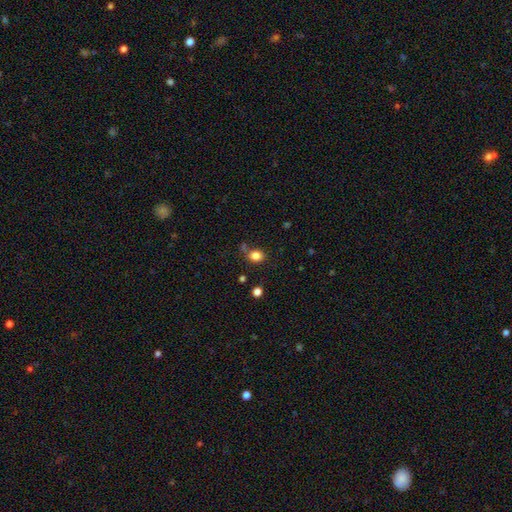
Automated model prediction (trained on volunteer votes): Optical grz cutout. It shows a smooth galaxy with no disk features (83%) that is round (59%). Merging: none (71%).